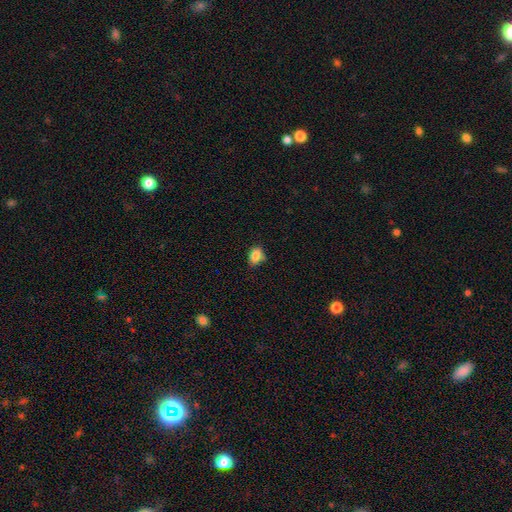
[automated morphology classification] Smooth or featured? smooth (84%)
How rounded? in between (63%)
Merging? none (69%)